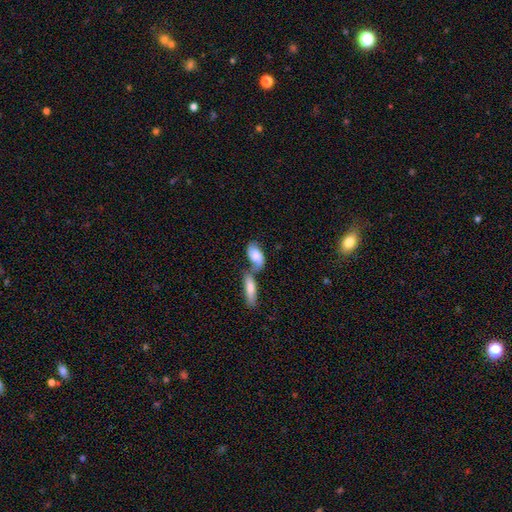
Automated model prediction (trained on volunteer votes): A smooth galaxy with no disk features (70%) that is in between round and cigar-shaped (86%).

Vote fractions:
- Smooth or featured? smooth: 70% / featured or disk: 24% / star or artifact: 6%
- How rounded? in between: 86% / cigar-shaped: 11% / round: 3%
- Merging? merger: 57% / none: 27% / minor disturbance: 11% / major disturbance: 5%